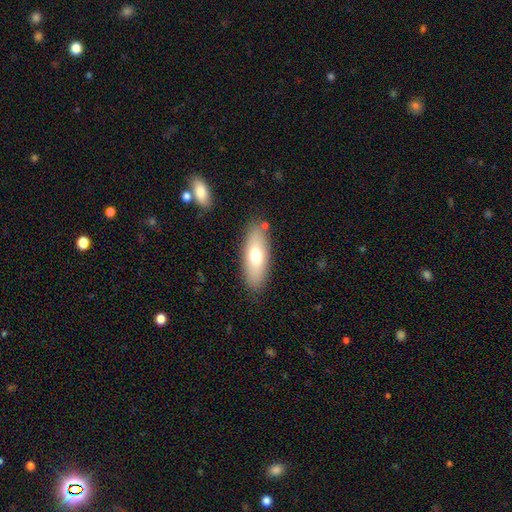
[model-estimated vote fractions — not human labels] A smooth galaxy with no disk features (68%) that is in between round and cigar-shaped (70%).

Vote fractions:
- Smooth or featured? smooth: 68% / featured or disk: 26% / star or artifact: 7%
- How rounded? in between: 70% / cigar-shaped: 27% / round: 3%
- Merging? none: 84% / minor disturbance: 11% / major disturbance: 3% / merger: 3%